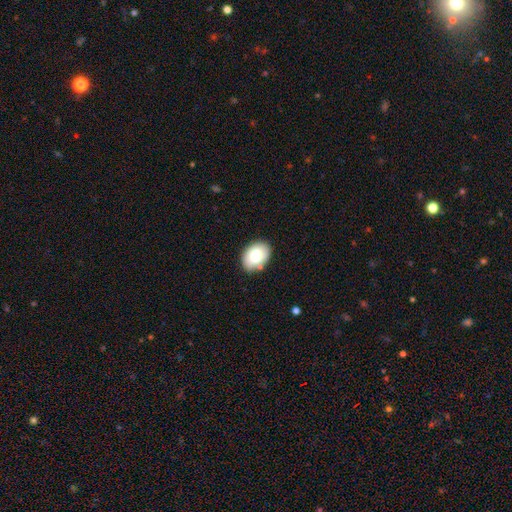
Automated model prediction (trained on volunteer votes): This is likely a smooth galaxy (75%). How rounded: likely in between (74%). Merging: clearly none (82%).